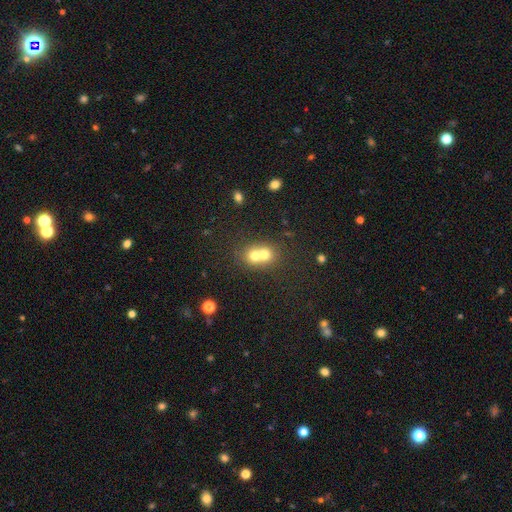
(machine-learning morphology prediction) A smooth galaxy with no disk features (69%) that is round (73%).

Vote fractions:
- Smooth or featured? smooth: 69% / featured or disk: 19% / star or artifact: 12%
- How rounded? round: 73% / in between: 26% / cigar-shaped: 1%
- Merging? merger: 69% / none: 24% / minor disturbance: 4% / major disturbance: 2%